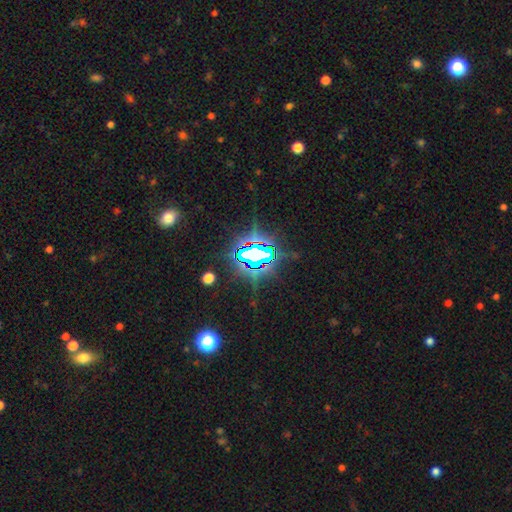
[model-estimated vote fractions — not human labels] star or artifact 78%, featured or disk 11%, smooth 10%.